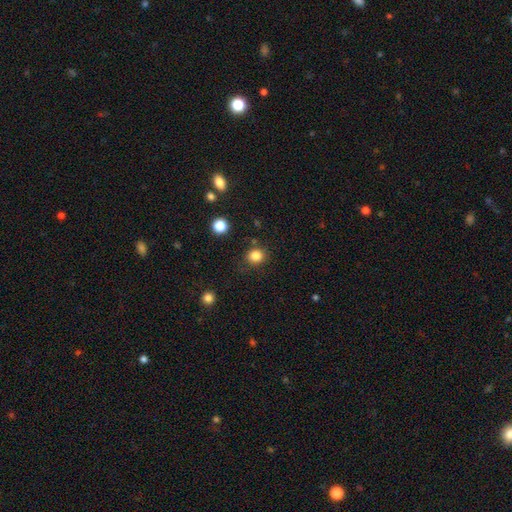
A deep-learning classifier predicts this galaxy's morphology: Smooth or featured? Predicted: smooth (p=0.83). How rounded? Predicted: round (p=0.79). Merging? Predicted: none (p=0.81).